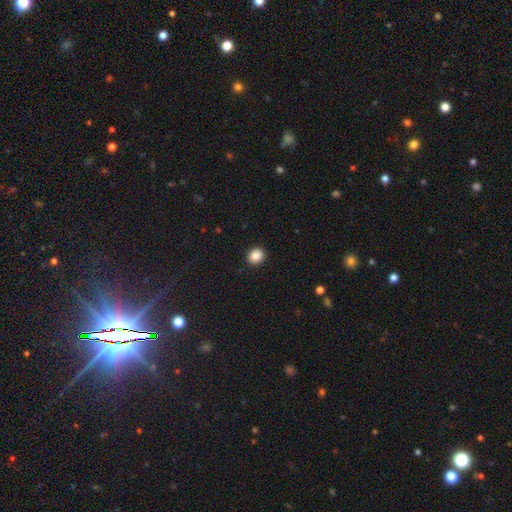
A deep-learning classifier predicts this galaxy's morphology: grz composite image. It shows a smooth galaxy with no disk features (88%) that is round (86%). Merging: none (92%).